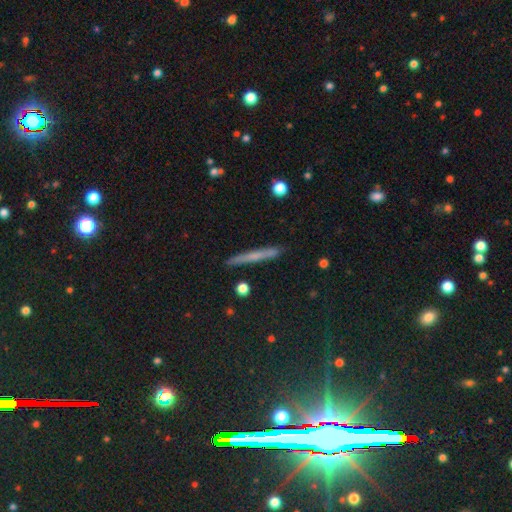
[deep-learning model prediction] A smooth galaxy with no disk features (48%).

Vote fractions:
- Smooth or featured? smooth: 48% / featured or disk: 38% / star or artifact: 14%
- Merging? none: 88% / minor disturbance: 9% / major disturbance: 2% / merger: 2%